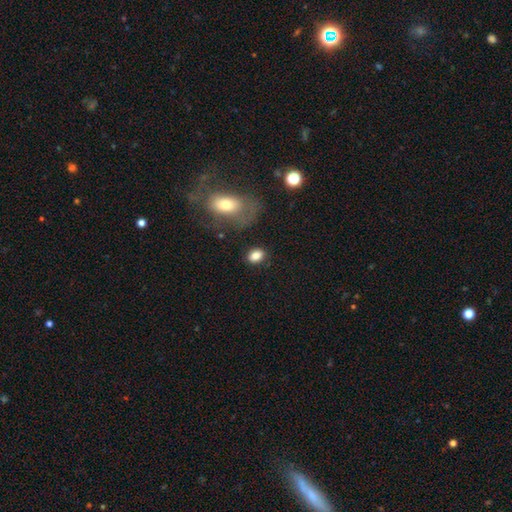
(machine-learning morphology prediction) type=smooth (84%); roundness=in between (73%); merging=none (82%).